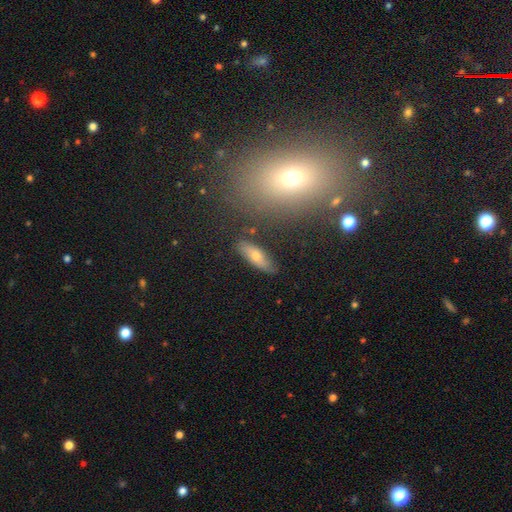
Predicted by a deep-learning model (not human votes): Smooth or featured: smooth — 62% (featured or disk — 30%)
How rounded: in between — 57% (cigar-shaped — 40%)
Merging: none — 79% (minor disturbance — 15%)